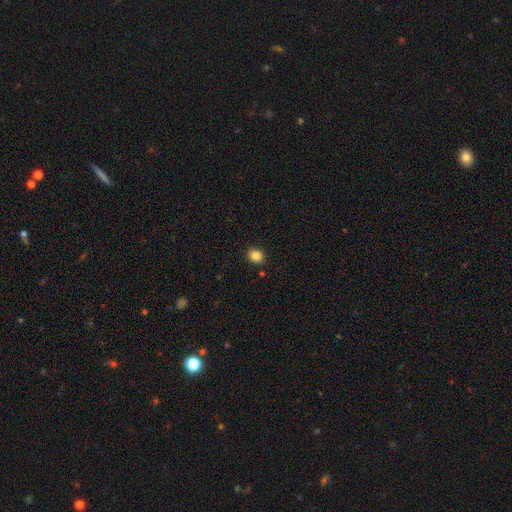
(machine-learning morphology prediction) smooth 85%, star or artifact 11%, featured or disk 4%. Down the decision tree: how rounded — round (67%); merging — none (90%).